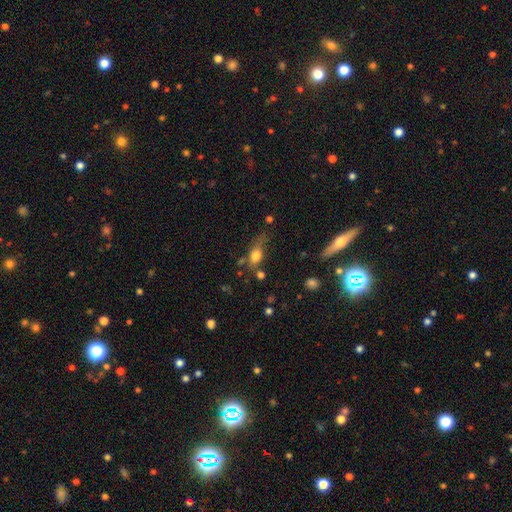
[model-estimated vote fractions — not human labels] smooth 75%, featured or disk 15%, star or artifact 10%. Down the decision tree: how rounded — in between (68%); merging — none (41%).